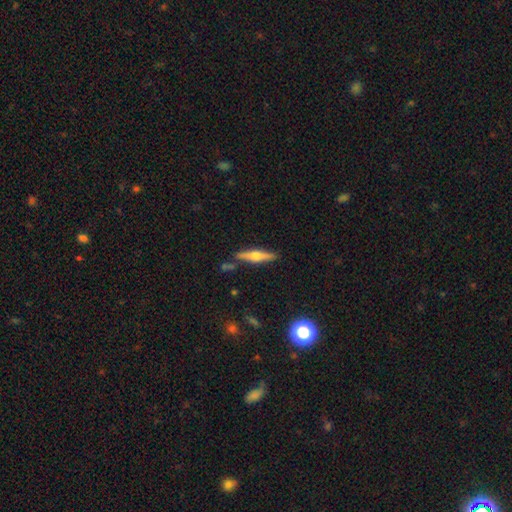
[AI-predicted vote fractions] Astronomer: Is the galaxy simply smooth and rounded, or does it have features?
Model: featured or disk — 58% (runner-up: smooth, 35%).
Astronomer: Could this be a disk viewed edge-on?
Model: yes — 97%.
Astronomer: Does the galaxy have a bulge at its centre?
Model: rounded — 83%.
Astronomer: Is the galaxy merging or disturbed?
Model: none — 83%.